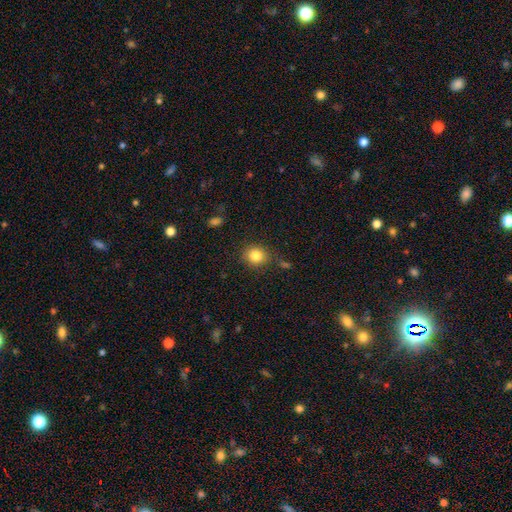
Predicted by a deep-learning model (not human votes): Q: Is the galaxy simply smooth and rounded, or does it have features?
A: smooth — 83%.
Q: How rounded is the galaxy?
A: round — 81%.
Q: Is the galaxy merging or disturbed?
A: none — 83%.